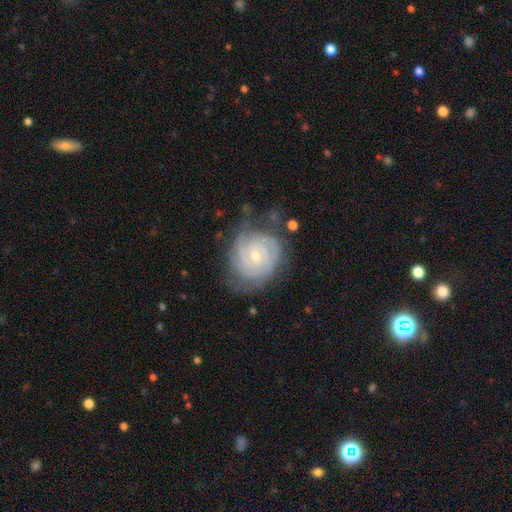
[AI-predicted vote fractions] smooth_or_featured: featured or disk (p=0.86) [alt: smooth p=0.08]
disk_edge_on: no (p=0.98) [alt: yes p=0.02]
bar: no (p=0.54) [alt: weak p=0.38]
has_spiral_arms: yes (p=0.97) [alt: no p=0.03]
spiral_winding: tight (p=0.78) [alt: medium p=0.19]
spiral_arm_count: can't tell (p=0.27) [alt: 3 p=0.26]
bulge_size: small (p=0.60) [alt: moderate p=0.37]
merging: none (p=0.65) [alt: minor disturbance p=0.22]